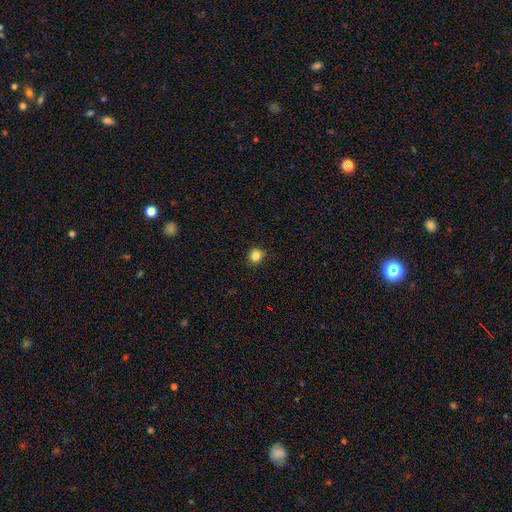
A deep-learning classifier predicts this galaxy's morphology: Smooth or featured? smooth (85%)
How rounded? round (86%)
Merging? none (87%)